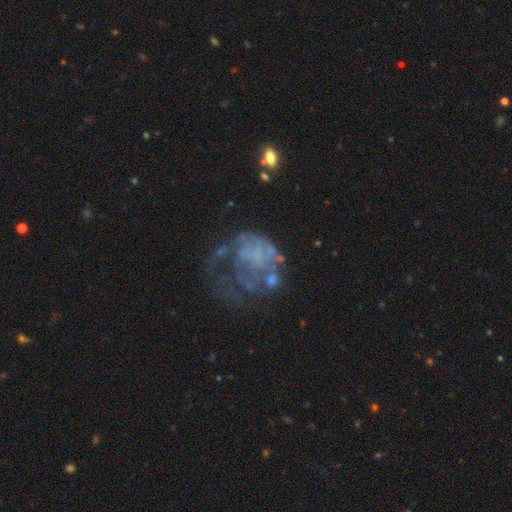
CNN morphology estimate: Smooth or featured? featured or disk (65%)
Edge-on disk? no (98%)
Bar? no (88%)
Spiral arms? no (72%)
Bulge size? none (78%)
Merging? major disturbance (49%)